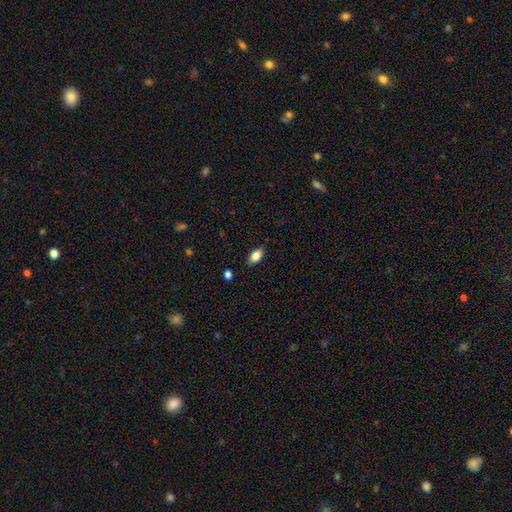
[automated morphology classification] This is clearly a smooth galaxy (84%). How rounded: clearly in between (90%). Merging: clearly none (86%).